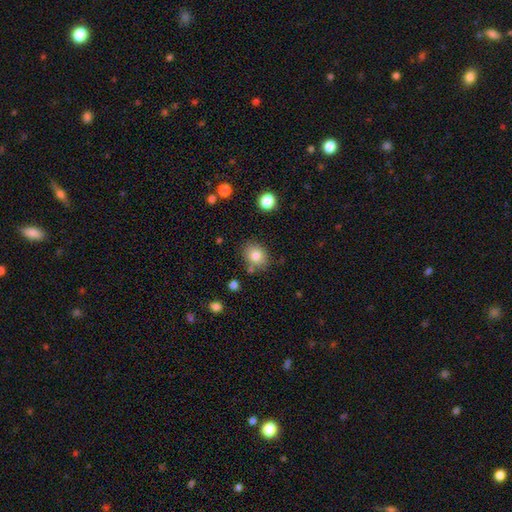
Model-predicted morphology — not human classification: Smooth or featured? Predicted: smooth (p=0.81). How rounded? Predicted: round (p=0.53). Merging? Predicted: none (p=0.79).